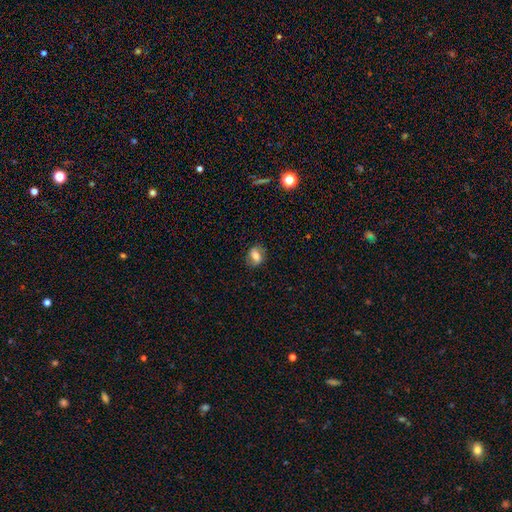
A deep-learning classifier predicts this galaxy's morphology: A smooth galaxy with no disk features (60%) that is in between round and cigar-shaped (67%). Merging: none (79%).